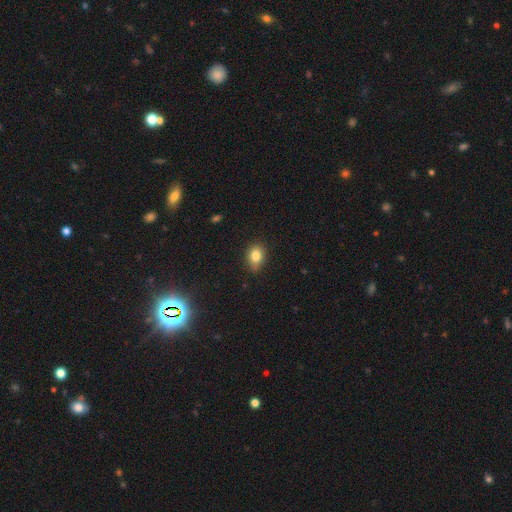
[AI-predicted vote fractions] smooth-or-featured: smooth: 81% | star or artifact: 11% | featured or disk: 8%
  how-rounded: in between: 61% | round: 38% | cigar-shaped: 1%
  merging: none: 77% | minor disturbance: 19% | major disturbance: 3% | merger: 1%